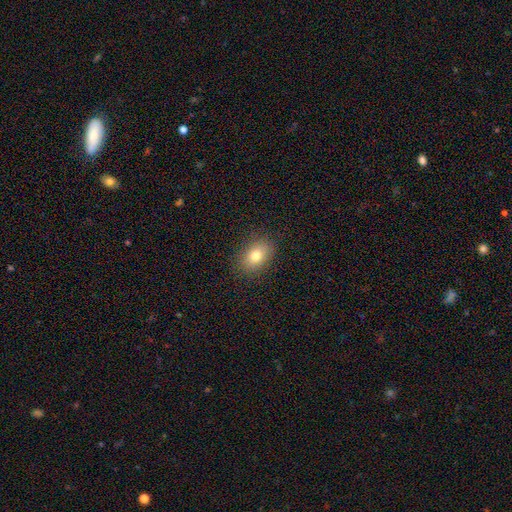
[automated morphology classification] This is likely a smooth galaxy (78%). How rounded: likely in between (76%). Merging: clearly none (87%).